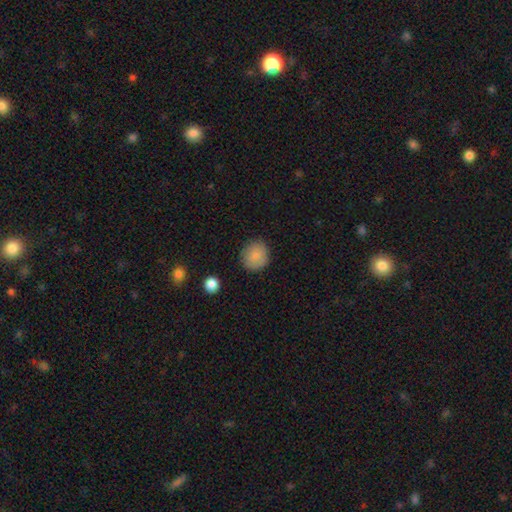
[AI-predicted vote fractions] Smooth or featured? Predicted: smooth (p=0.85). How rounded? Predicted: round (p=0.84). Merging? Predicted: none (p=0.85).